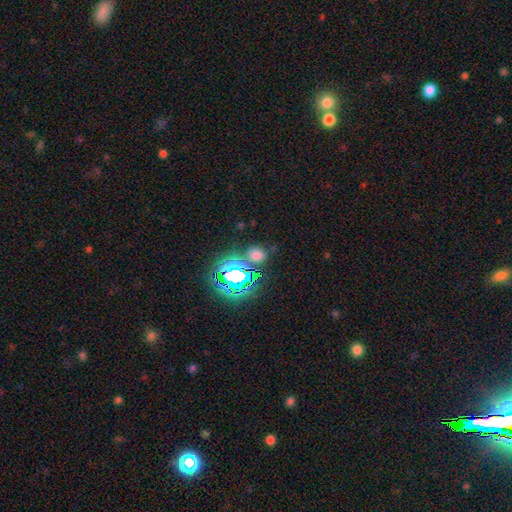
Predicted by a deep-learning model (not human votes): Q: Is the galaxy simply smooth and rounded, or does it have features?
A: smooth — 55%.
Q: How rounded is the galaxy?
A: round — 74%.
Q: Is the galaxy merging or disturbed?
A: none — 76%.